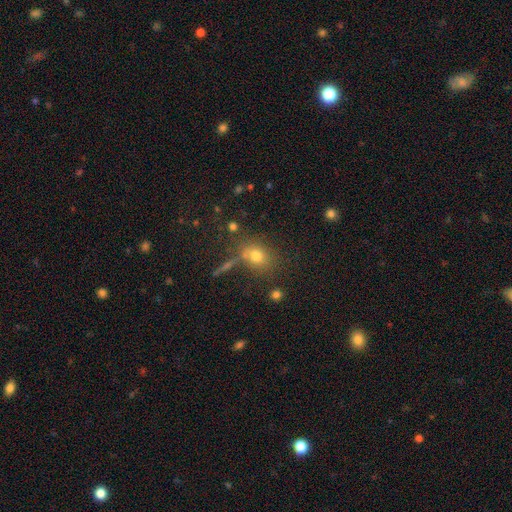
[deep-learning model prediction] A smooth galaxy with no disk features (71%) that is round (51%).

Vote fractions:
- Smooth or featured? smooth: 71% / star or artifact: 17% / featured or disk: 12%
- How rounded? round: 51% / in between: 47% / cigar-shaped: 2%
- Merging? none: 67% / minor disturbance: 14% / merger: 13% / major disturbance: 6%